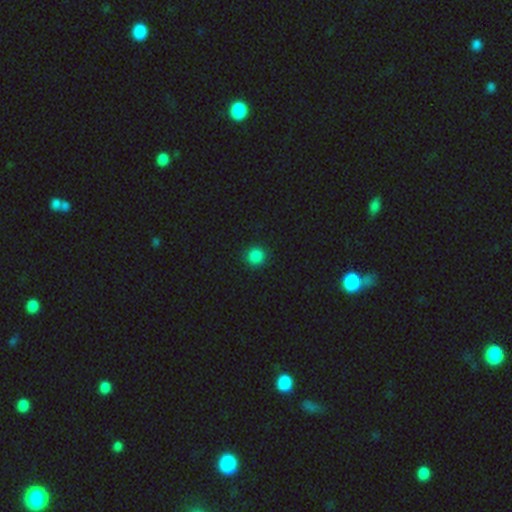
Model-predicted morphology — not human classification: Smooth or featured? smooth (86%)
How rounded? round (93%)
Merging? none (92%)